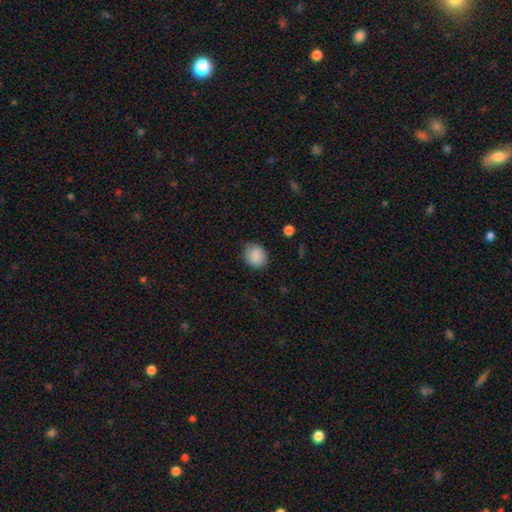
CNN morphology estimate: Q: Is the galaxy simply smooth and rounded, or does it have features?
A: smooth — 89%.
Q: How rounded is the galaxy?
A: round — 67%.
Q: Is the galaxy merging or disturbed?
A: none — 83%.